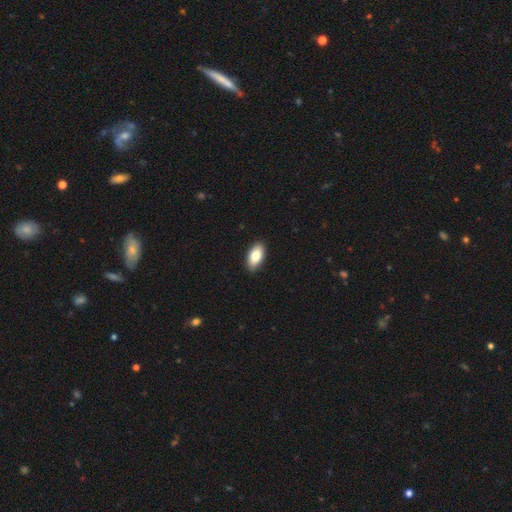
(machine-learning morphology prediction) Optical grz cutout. It shows a smooth galaxy with no disk features (82%) that is in between round and cigar-shaped (92%). Merging: none (90%).